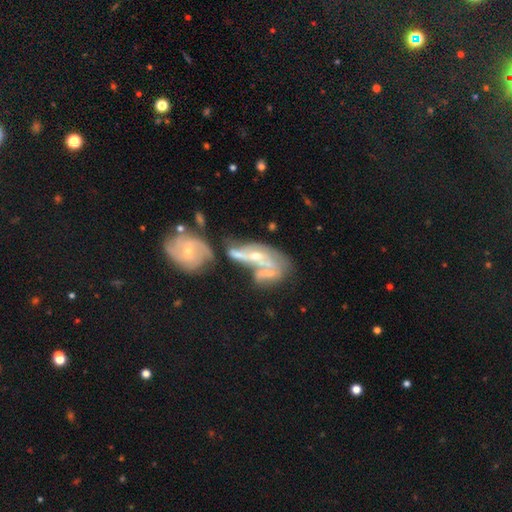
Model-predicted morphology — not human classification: smooth-or-featured: featured or disk: 70% | smooth: 20% | star or artifact: 10%
  disk-edge-on: no: 92% | yes: 8%
    bar: no: 66% | weak: 24% | strong: 10%
    has-spiral-arms: yes: 59% | no: 41%
    bulge-size: moderate: 46% | small: 44% | none: 6% | large: 3% | dominant: 1%
  merging: merger: 61% | major disturbance: 17% | none: 13% | minor disturbance: 9%